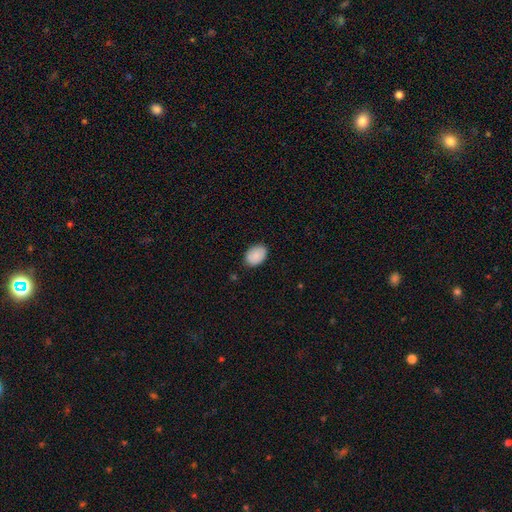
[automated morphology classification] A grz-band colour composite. It shows a smooth galaxy with no disk features (89%) that is in between round and cigar-shaped (80%). Merging: none (85%).